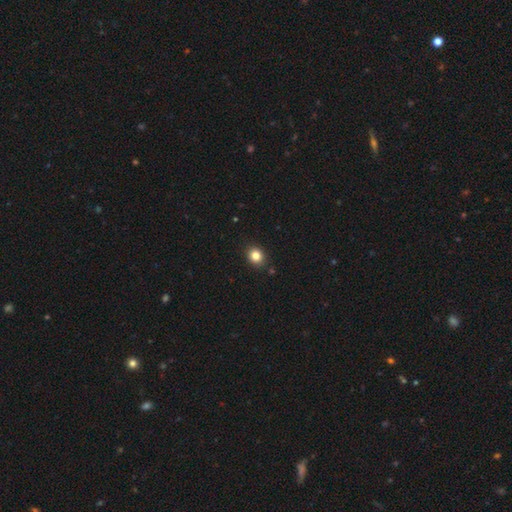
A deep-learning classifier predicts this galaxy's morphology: The model was most divided on "how rounded": round: 68%, in between: 31%, cigar-shaped: 1%. More confident: merging — none (88%); smooth or featured — smooth (83%).